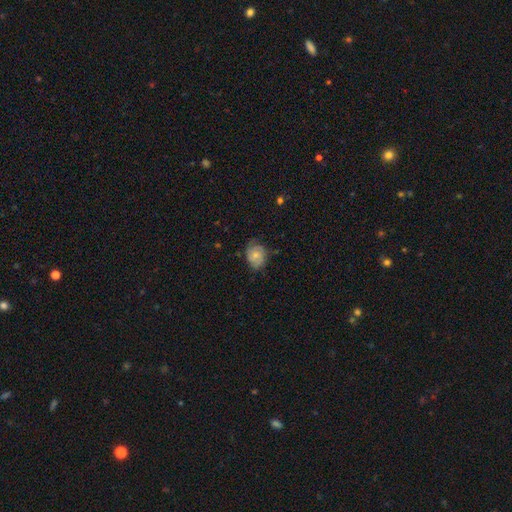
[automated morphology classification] Smooth or featured: smooth — 48% (featured or disk — 44%)
Merging: none — 64% (minor disturbance — 27%)